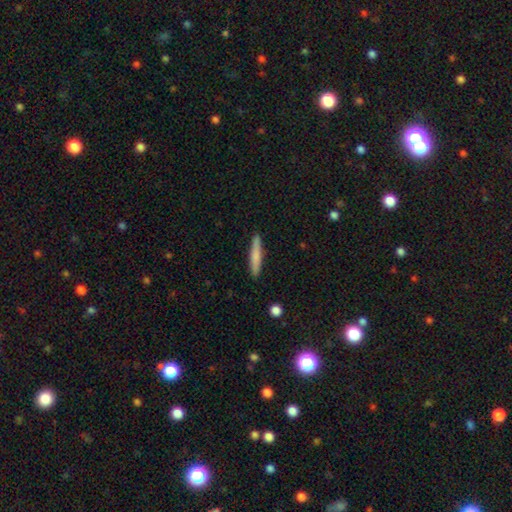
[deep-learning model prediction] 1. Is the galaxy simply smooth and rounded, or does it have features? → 72% smooth, 23% featured or disk, 6% star or artifact.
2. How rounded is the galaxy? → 93% cigar-shaped, 6% in between, 1% round.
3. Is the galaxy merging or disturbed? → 89% none, 8% minor disturbance, 2% major disturbance, 1% merger.